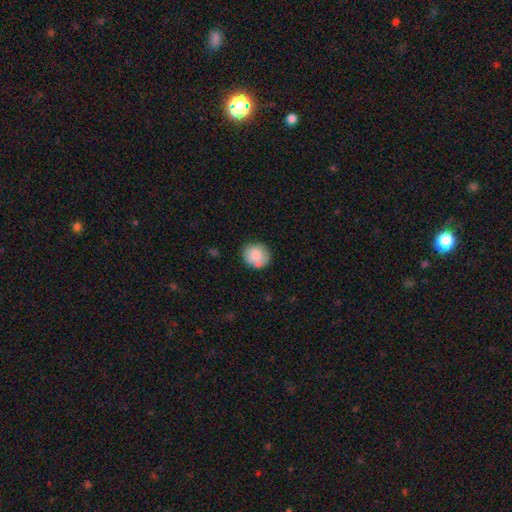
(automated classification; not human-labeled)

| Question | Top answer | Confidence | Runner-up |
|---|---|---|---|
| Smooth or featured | smooth | 84% | featured or disk (9%) |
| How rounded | round | 82% | in between (17%) |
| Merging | none | 74% | minor disturbance (17%) |